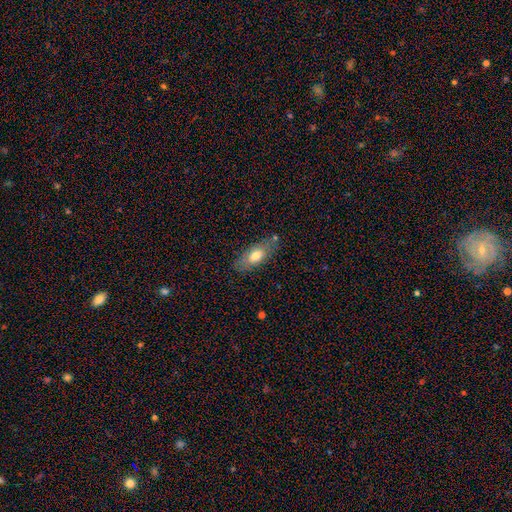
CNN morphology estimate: type=smooth (69%); roundness=in between (79%); merging=none (76%).